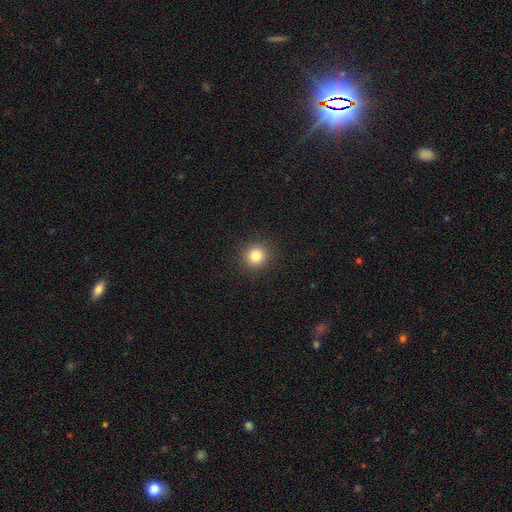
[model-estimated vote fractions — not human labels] smooth-or-featured: smooth: 82% | star or artifact: 12% | featured or disk: 6%
  how-rounded: round: 91% | in between: 8% | cigar-shaped: 1%
  merging: none: 92% | minor disturbance: 5% | major disturbance: 2% | merger: 1%